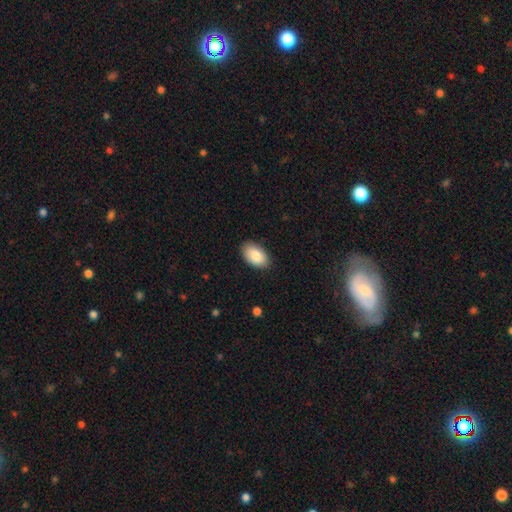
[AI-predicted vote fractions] Smooth or featured? smooth (86%)
How rounded? in between (94%)
Merging? none (87%)